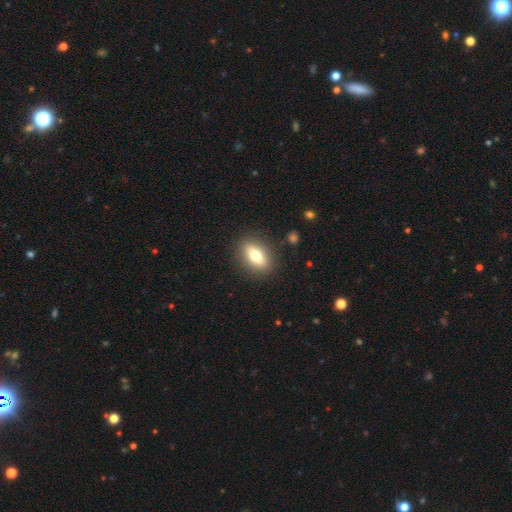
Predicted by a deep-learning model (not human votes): Q: Smooth or featured?
A: smooth (69%); runner-up: featured or disk (23%)
Q: How rounded?
A: in between (78%); runner-up: round (11%)
Q: Merging?
A: none (88%); runner-up: minor disturbance (8%)